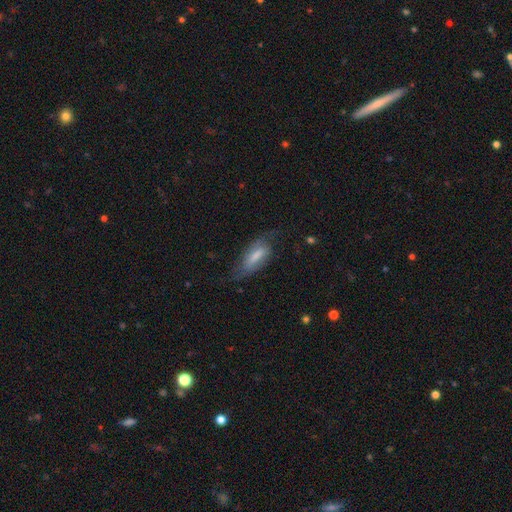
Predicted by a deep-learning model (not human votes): This is possibly a smooth galaxy (48%). Merging: possibly none (53%).